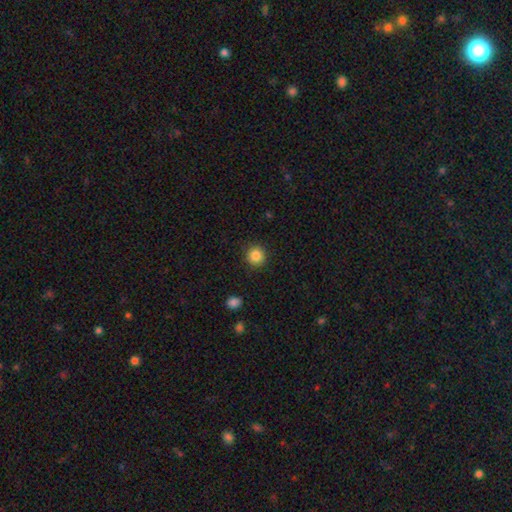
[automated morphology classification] A smooth galaxy with no disk features (86%) that is round (93%). Merging: none (90%).